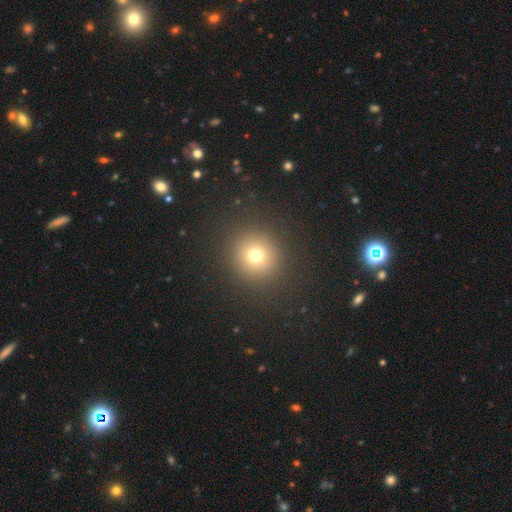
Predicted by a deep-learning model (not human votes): Q: Smooth or featured?
A: smooth (72%); runner-up: star or artifact (19%)
Q: How rounded?
A: round (94%); runner-up: in between (5%)
Q: Merging?
A: none (91%); runner-up: minor disturbance (5%)